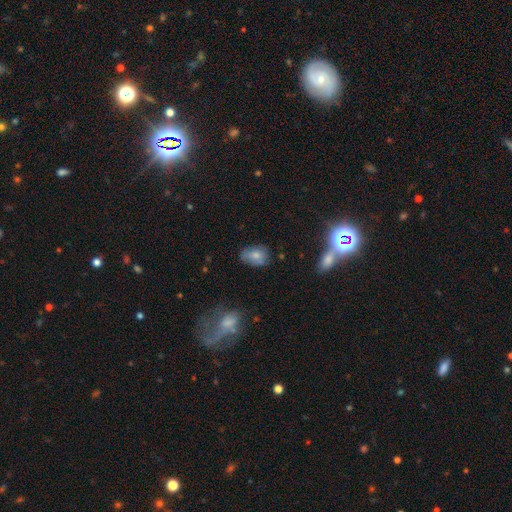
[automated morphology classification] Smooth or featured: smooth — 73% (featured or disk — 17%)
How rounded: in between — 80% (round — 19%)
Merging: none — 58% (minor disturbance — 30%)